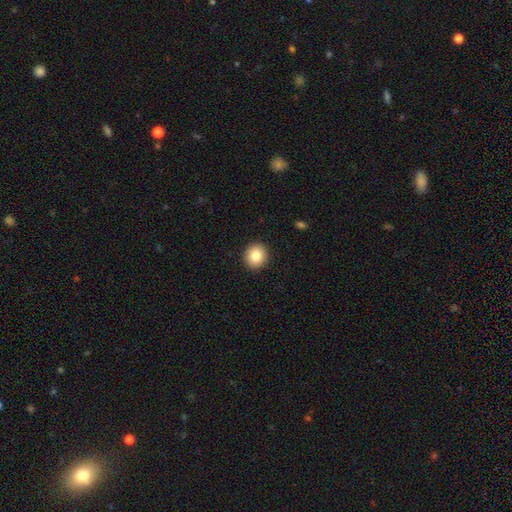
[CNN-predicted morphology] Smooth or featured?
  - smooth: 82% *
  - star or artifact: 9%
  - featured or disk: 9%
How rounded?
  - round: 89% *
  - in between: 10%
  - cigar-shaped: 1%
Merging?
  - none: 92% *
  - minor disturbance: 5%
  - major disturbance: 2%
  - merger: 1%